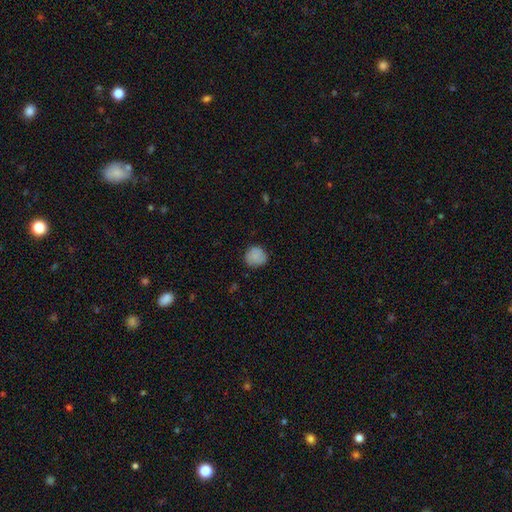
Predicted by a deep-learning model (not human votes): This appears to be a smooth galaxy with no disk features (85%) that is round (88%). Merging: none (80%).